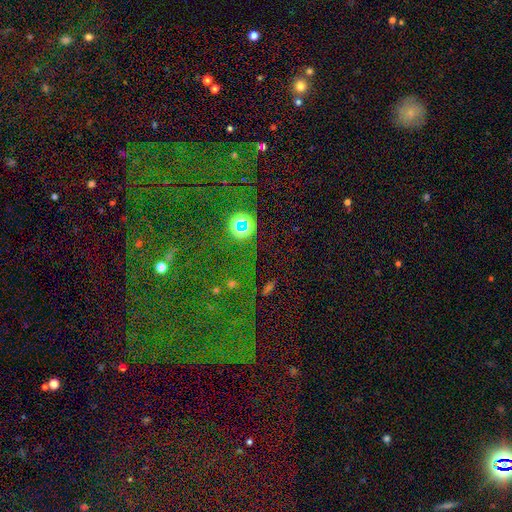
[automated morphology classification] Q: Smooth or featured?
A: star or artifact (72%); runner-up: smooth (16%)